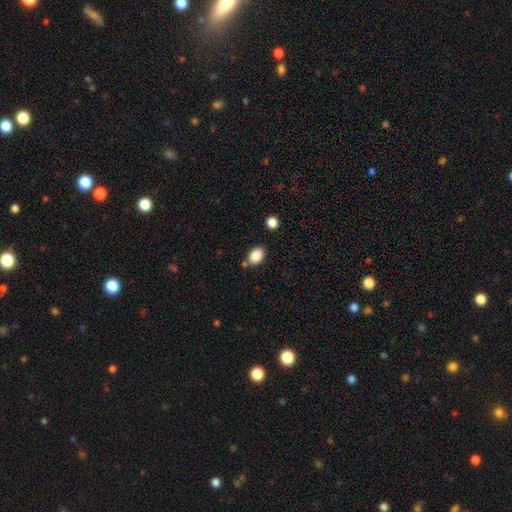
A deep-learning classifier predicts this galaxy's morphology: This appears to be a smooth galaxy with no disk features (87%) that is in between round and cigar-shaped (83%). Merging: none (74%).